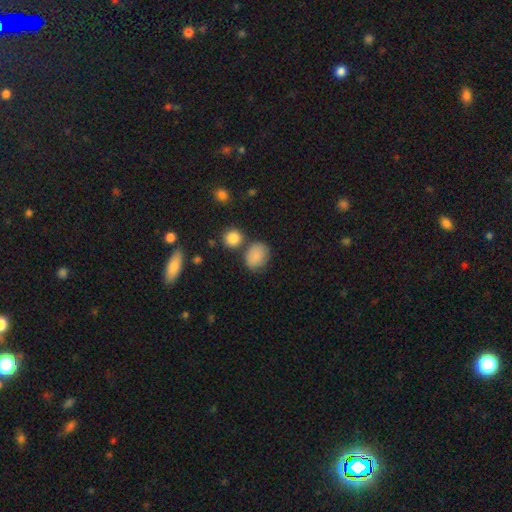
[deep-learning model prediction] Overall: smooth (84%). How rounded: in between (51%; round 47%). Merging: none (63%).